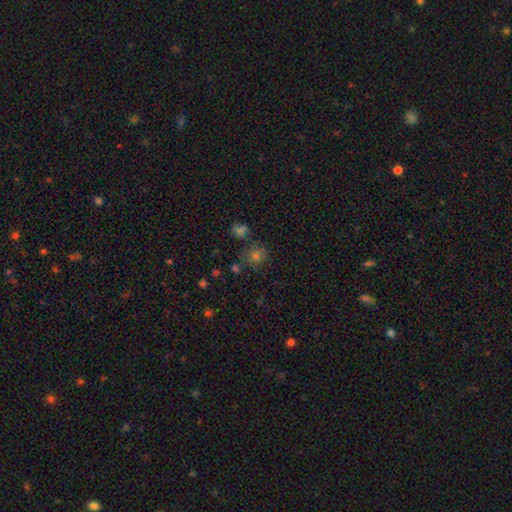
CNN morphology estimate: This appears to be a smooth galaxy with no disk features (60%) that is round (83%). Merging: none (71%).